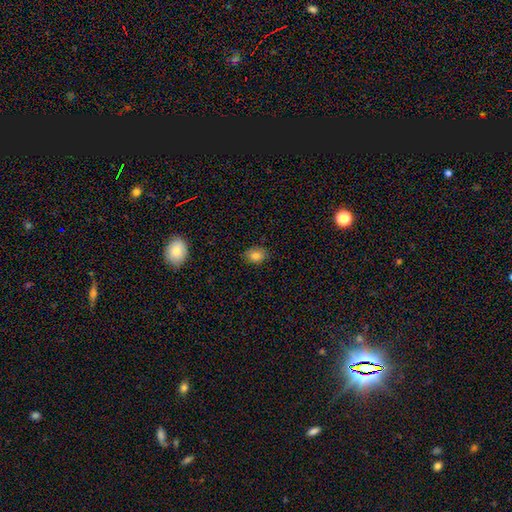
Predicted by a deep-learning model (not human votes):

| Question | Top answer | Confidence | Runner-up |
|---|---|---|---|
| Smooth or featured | smooth | 82% | star or artifact (11%) |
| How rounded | in between | 61% | round (38%) |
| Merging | none | 83% | minor disturbance (13%) |